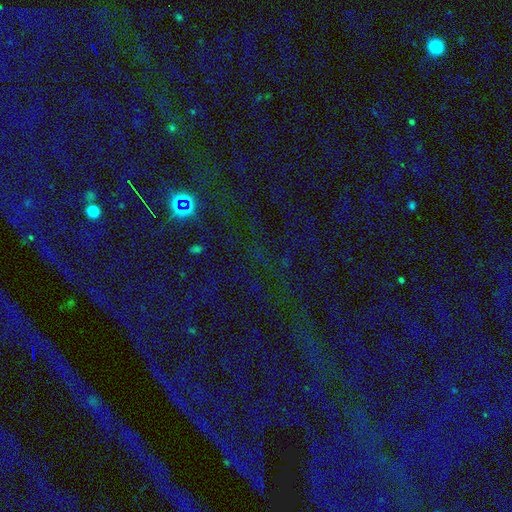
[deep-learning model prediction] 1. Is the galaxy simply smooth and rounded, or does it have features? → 79% star or artifact, 14% smooth, 7% featured or disk.